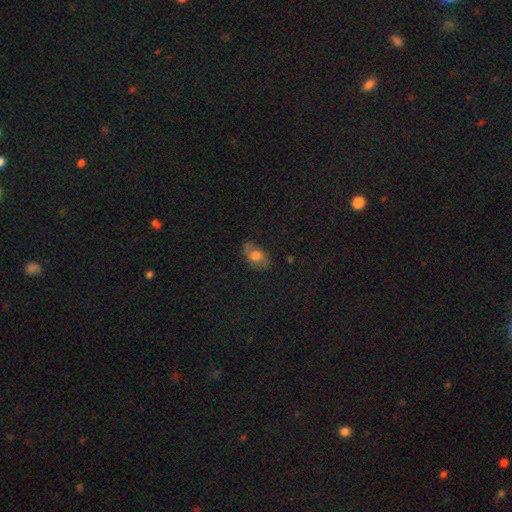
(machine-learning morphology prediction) smooth-or-featured: smooth: 52% | featured or disk: 36% | star or artifact: 12%
  how-rounded: in between: 83% | round: 14% | cigar-shaped: 2%
  merging: none: 71% | minor disturbance: 20% | major disturbance: 7% | merger: 1%